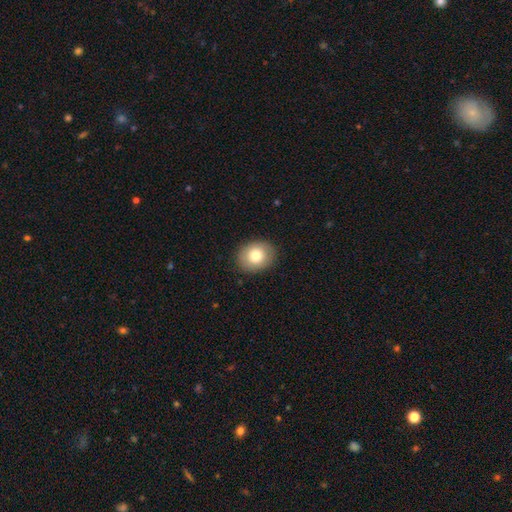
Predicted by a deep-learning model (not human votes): Smooth or featured? Predicted: smooth (p=0.77). How rounded? Predicted: round (p=0.57). Merging? Predicted: none (p=0.88).